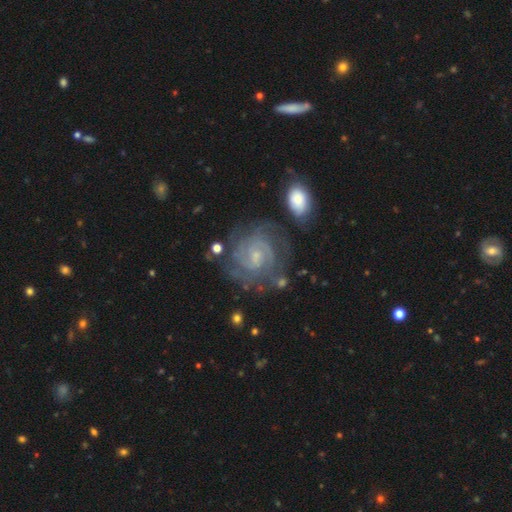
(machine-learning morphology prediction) featured or disk 84%, smooth 9%, star or artifact 7%. Down the decision tree: edge-on disk — no (98%); bar — no (48%); spiral arms — yes (96%); spiral arm count — 2 (37%); spiral winding — tight (67%); bulge size — small (70%); merging — none (71%).